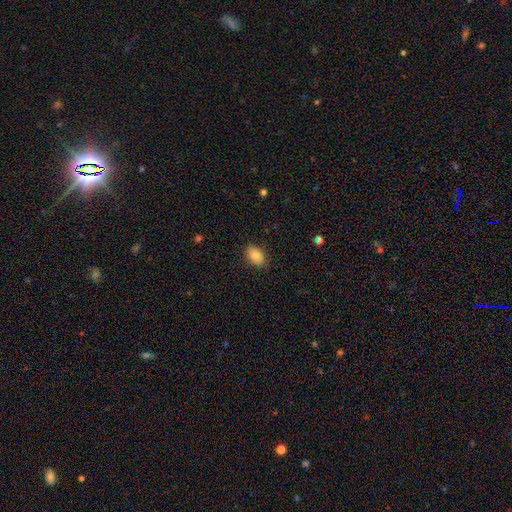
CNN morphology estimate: Smooth or featured: smooth — 86% (star or artifact — 8%)
How rounded: in between — 86% (round — 13%)
Merging: none — 86% (minor disturbance — 10%)